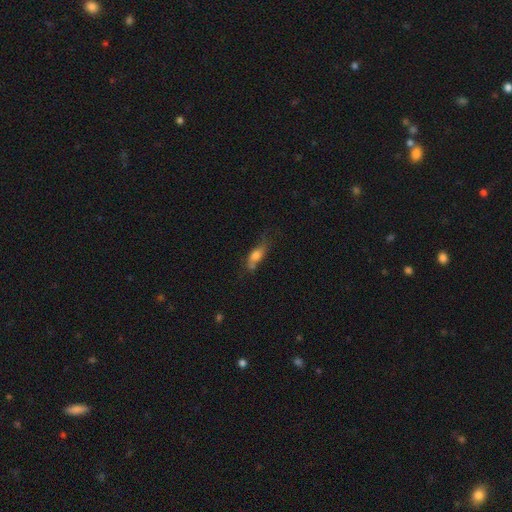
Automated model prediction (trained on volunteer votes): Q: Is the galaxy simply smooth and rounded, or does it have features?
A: smooth — 66%.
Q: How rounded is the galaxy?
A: in between — 66%.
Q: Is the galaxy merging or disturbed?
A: none — 42%.